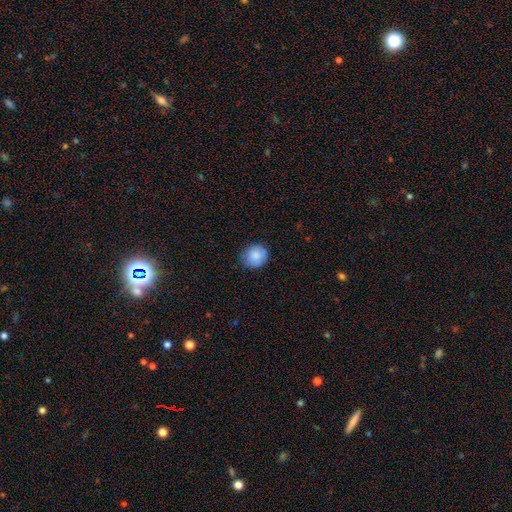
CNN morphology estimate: type=smooth (85%); roundness=round (83%); merging=none (80%).